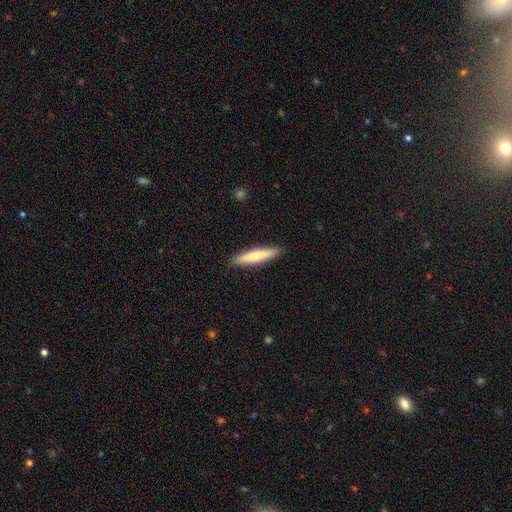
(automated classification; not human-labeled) Q: Smooth or featured?
A: smooth (66%); runner-up: featured or disk (29%)
Q: How rounded?
A: cigar-shaped (88%); runner-up: in between (10%)
Q: Merging?
A: none (91%); runner-up: minor disturbance (7%)